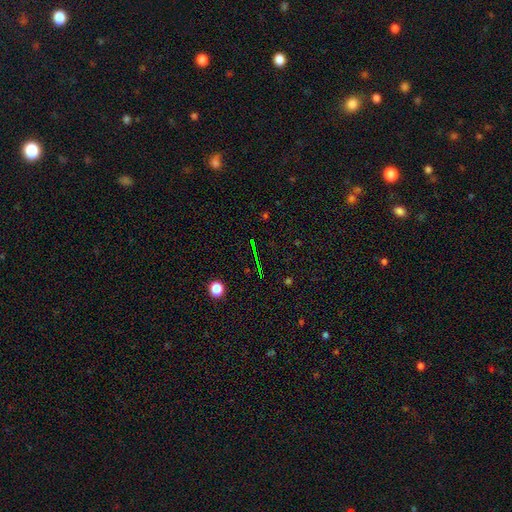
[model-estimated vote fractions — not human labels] smooth-or-featured: star or artifact: 73% | featured or disk: 14% | smooth: 13%